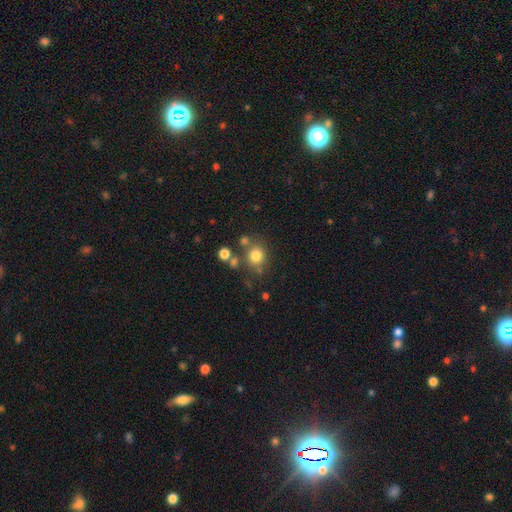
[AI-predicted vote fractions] Overall: smooth (78%). How rounded: round (85%). Merging: none (69%).